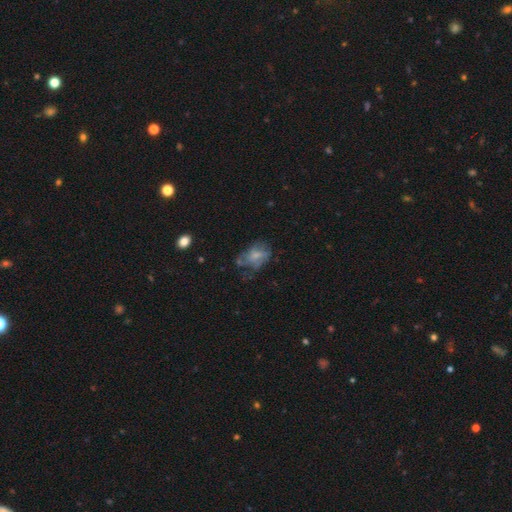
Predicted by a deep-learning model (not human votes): A featured or disk galaxy (45%).

Vote fractions:
- Smooth or featured? featured or disk: 45% / smooth: 43% / star or artifact: 11%
- Merging? none: 38% / major disturbance: 30% / minor disturbance: 27% / merger: 5%